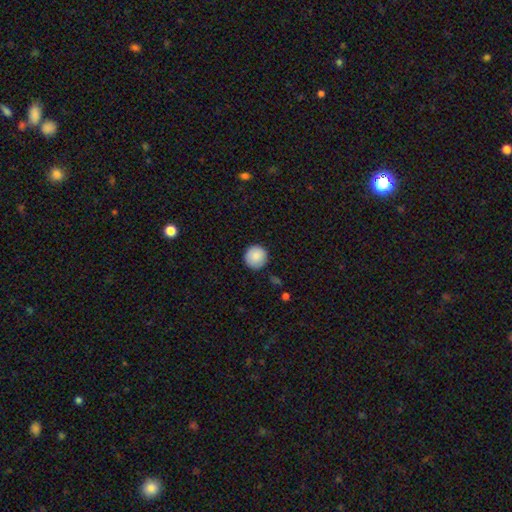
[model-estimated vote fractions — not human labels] smooth-or-featured: smooth: 87% | star or artifact: 8% | featured or disk: 5%
  how-rounded: round: 95% | in between: 4% | cigar-shaped: 1%
  merging: none: 88% | minor disturbance: 9% | major disturbance: 2% | merger: 1%